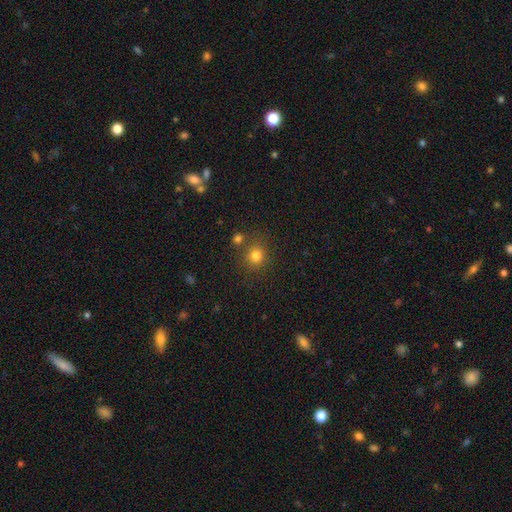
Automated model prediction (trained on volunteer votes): The model was most divided on "merging": none: 75%, merger: 11%, minor disturbance: 10%, major disturbance: 4%. More confident: how rounded — round (84%); smooth or featured — smooth (80%).